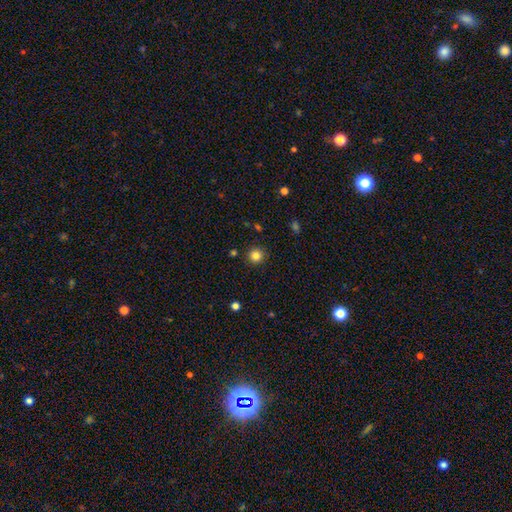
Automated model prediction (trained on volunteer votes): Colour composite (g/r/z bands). It shows a smooth galaxy with no disk features (83%) that is round (94%). Merging: none (90%).